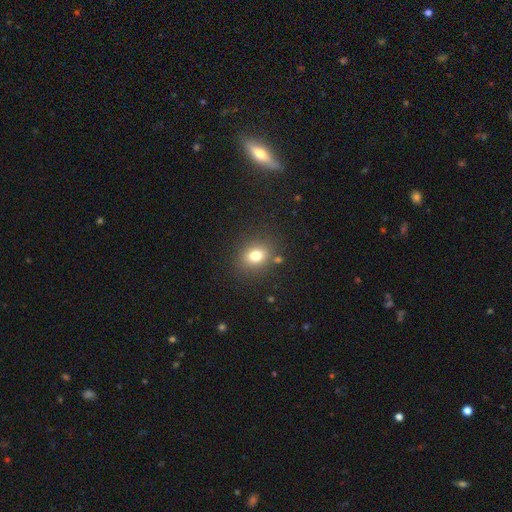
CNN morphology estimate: type=smooth (76%); roundness=round (60%); merging=none (82%).